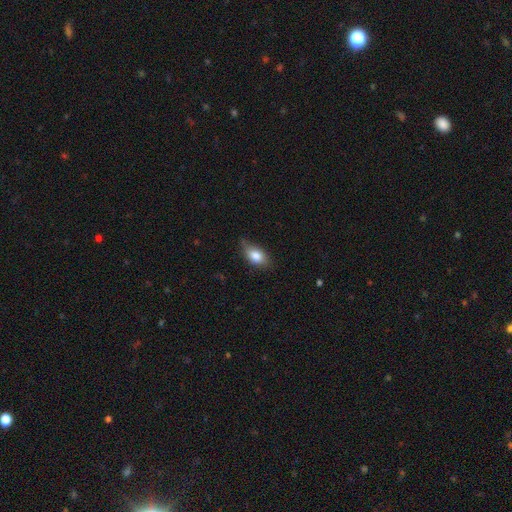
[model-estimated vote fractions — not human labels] A smooth galaxy with no disk features (80%) that is in between round and cigar-shaped (87%).

Vote fractions:
- Smooth or featured? smooth: 80% / featured or disk: 12% / star or artifact: 7%
- How rounded? in between: 87% / round: 9% / cigar-shaped: 5%
- Merging? none: 60% / minor disturbance: 33% / major disturbance: 6% / merger: 2%